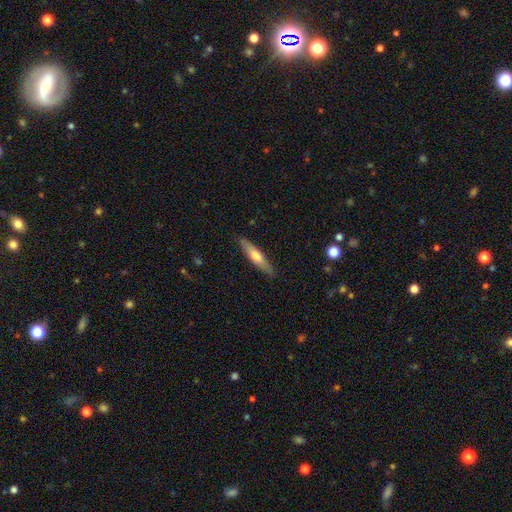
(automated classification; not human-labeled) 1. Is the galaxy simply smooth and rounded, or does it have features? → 57% smooth, 38% featured or disk, 5% star or artifact.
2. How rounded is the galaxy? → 82% cigar-shaped, 17% in between, 1% round.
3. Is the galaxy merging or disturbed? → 87% none, 10% minor disturbance, 2% major disturbance, 1% merger.